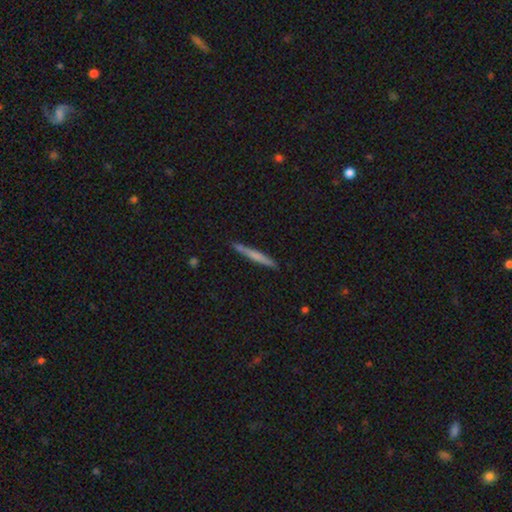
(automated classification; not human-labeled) Smooth or featured? smooth (56%)
How rounded? cigar-shaped (96%)
Merging? none (87%)